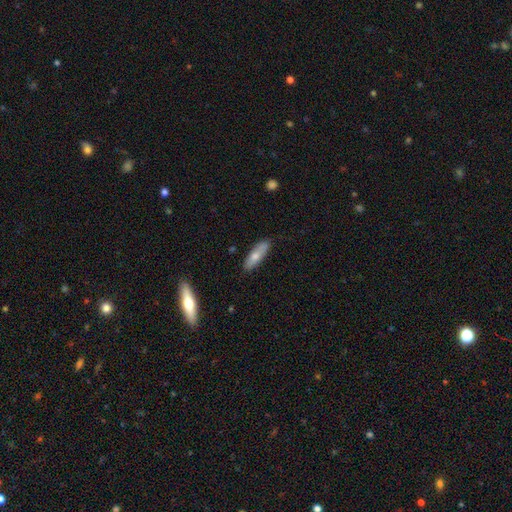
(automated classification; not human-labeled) A smooth galaxy with no disk features (69%) that is cigar-shaped (49%, tied with in between).

Vote fractions:
- Smooth or featured? smooth: 69% / featured or disk: 25% / star or artifact: 6%
- How rounded? cigar-shaped: 49% (tied) / in between: 49% (tied) / round: 2%
- Merging? none: 83% / minor disturbance: 13% / major disturbance: 2% / merger: 2%